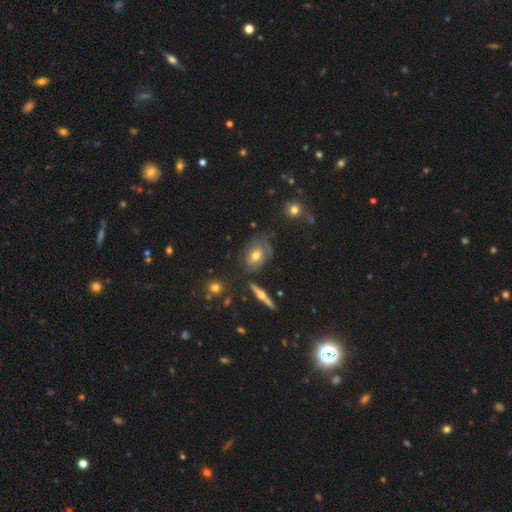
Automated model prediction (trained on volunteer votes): Overall: featured or disk (50%; smooth 40%). Edge-on disk: no (74%). Merging: none (57%; minor disturbance 25%).